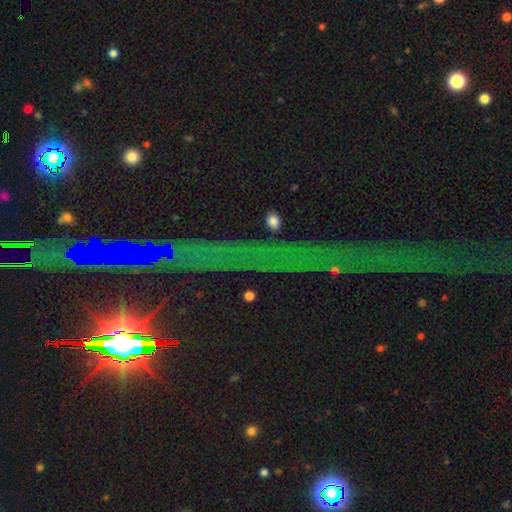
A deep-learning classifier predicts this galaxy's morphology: A star or artifact, not a galaxy (79%).

Vote fractions:
- Smooth or featured? star or artifact: 79% / featured or disk: 12% / smooth: 9%